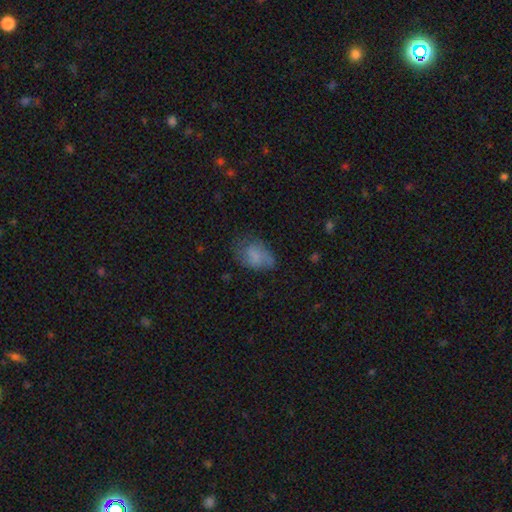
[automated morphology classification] Smooth or featured?
  - smooth: 70% *
  - featured or disk: 20%
  - star or artifact: 10%
How rounded?
  - in between: 84% *
  - round: 14%
  - cigar-shaped: 2%
Merging?
  - none: 51% *
  - minor disturbance: 30%
  - major disturbance: 17%
  - merger: 2%